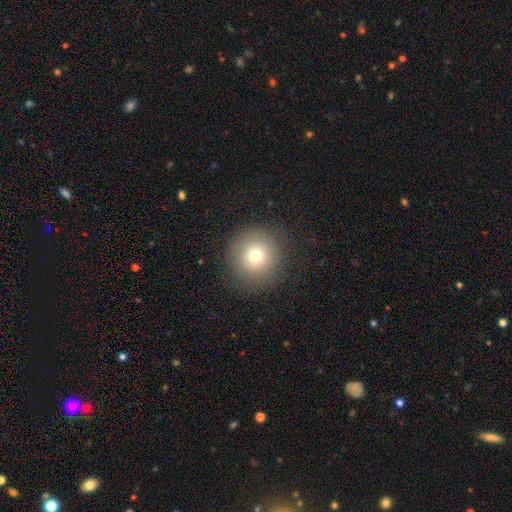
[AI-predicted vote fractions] Smooth or featured? smooth (74%)
How rounded? round (95%)
Merging? none (87%)